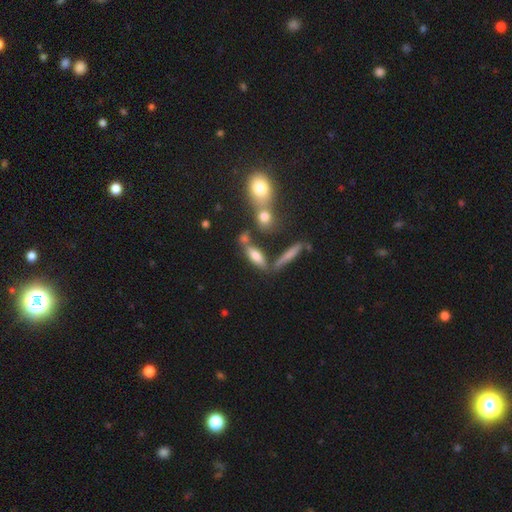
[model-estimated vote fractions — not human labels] Smooth or featured? smooth (69%)
How rounded? in between (56%)
Merging? none (57%)